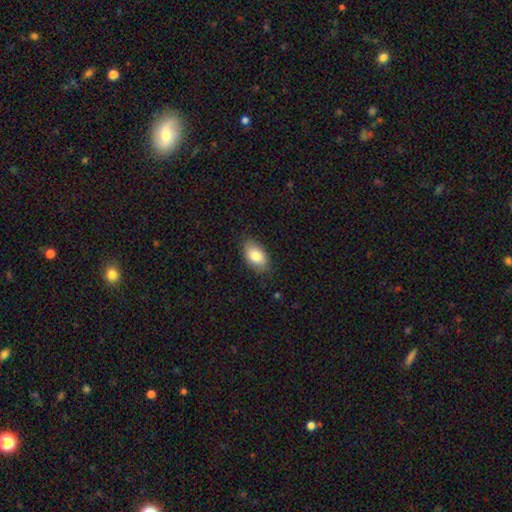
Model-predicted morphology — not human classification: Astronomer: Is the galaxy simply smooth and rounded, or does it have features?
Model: smooth — 81%.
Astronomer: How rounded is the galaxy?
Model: in between — 92%.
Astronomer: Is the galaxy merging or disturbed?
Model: none — 81%.